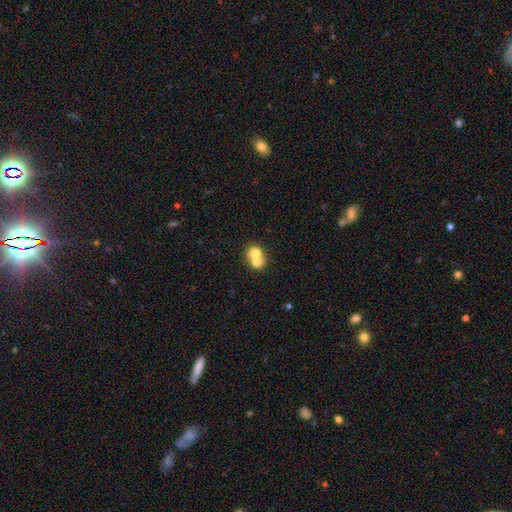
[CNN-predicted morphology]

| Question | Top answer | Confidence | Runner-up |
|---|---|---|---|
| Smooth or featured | smooth | 69% | featured or disk (22%) |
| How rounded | round | 72% | in between (27%) |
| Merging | merger | 69% | none (24%) |